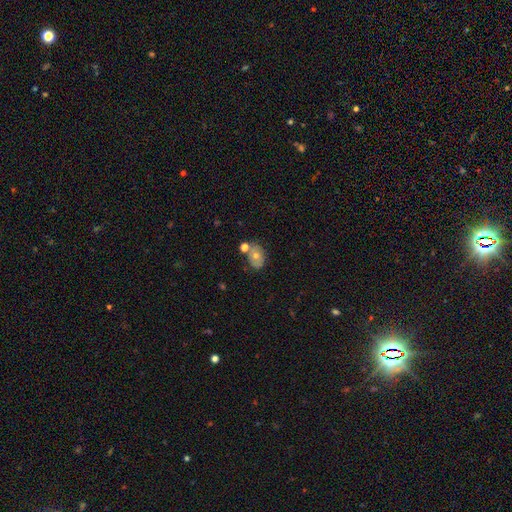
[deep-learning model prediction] smooth-or-featured: smooth: 57% | featured or disk: 31% | star or artifact: 12%
  how-rounded: in between: 70% | round: 29% | cigar-shaped: 1%
  merging: none: 58% | merger: 18% | minor disturbance: 18% | major disturbance: 6%